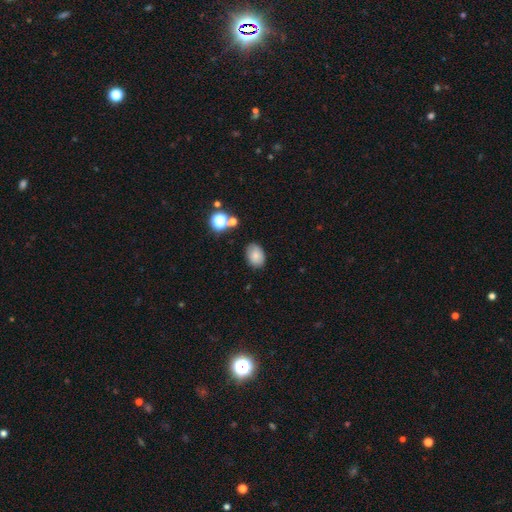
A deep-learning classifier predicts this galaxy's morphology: smooth-or-featured: smooth: 81% | star or artifact: 10% | featured or disk: 8%
  how-rounded: in between: 79% | round: 20% | cigar-shaped: 1%
  merging: none: 83% | minor disturbance: 12% | major disturbance: 3% | merger: 2%